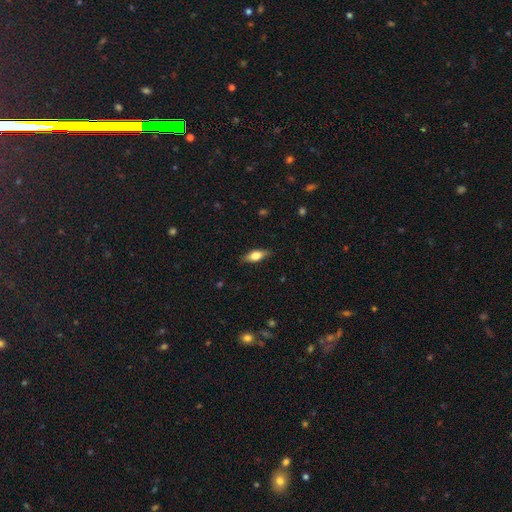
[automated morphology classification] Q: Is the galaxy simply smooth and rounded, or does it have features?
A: smooth — 63%.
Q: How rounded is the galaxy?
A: in between — 72%.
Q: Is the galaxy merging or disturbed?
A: none — 85%.